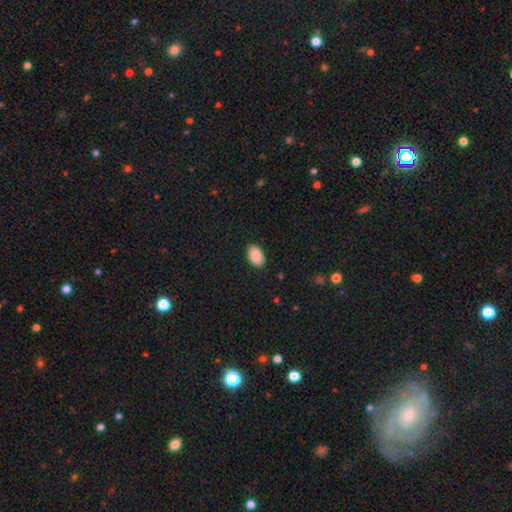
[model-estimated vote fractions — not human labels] This appears to be a smooth galaxy with no disk features (89%) that is in between round and cigar-shaped (93%). Merging: none (89%).